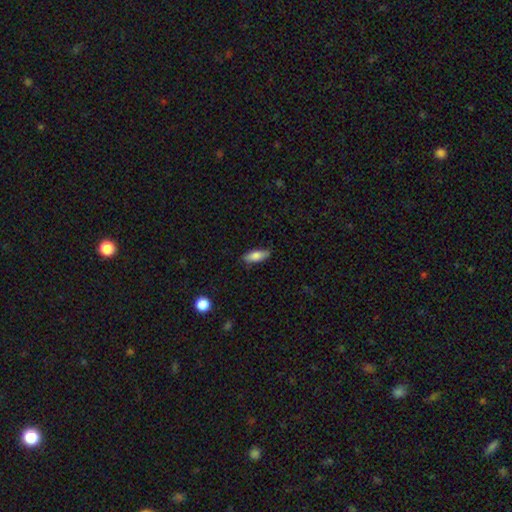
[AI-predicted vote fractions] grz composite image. It shows a smooth galaxy with no disk features (82%) that is in between round and cigar-shaped (70%). Merging: none (82%).